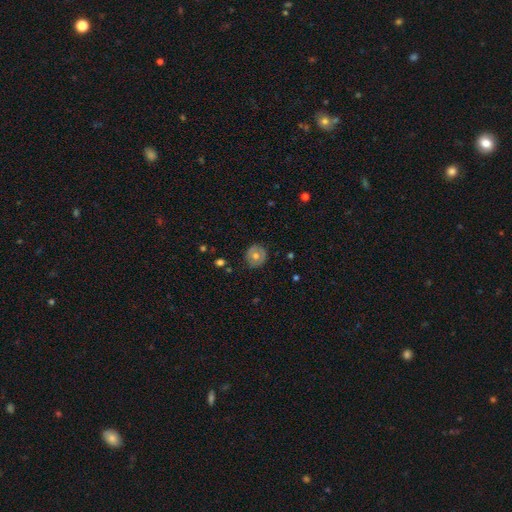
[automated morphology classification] This appears to be a smooth galaxy with no disk features (56%) that is round (90%). Merging: none (85%).